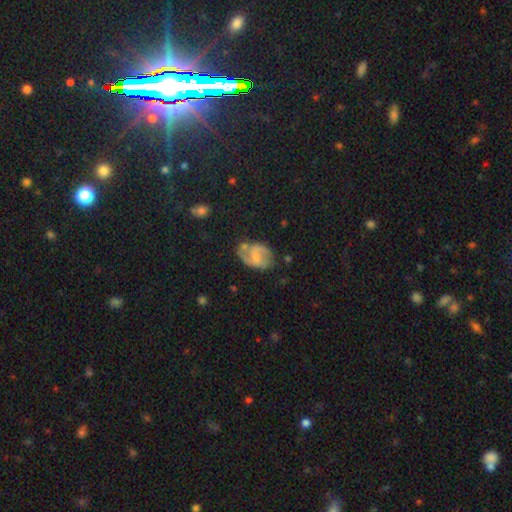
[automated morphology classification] Smooth or featured: featured or disk — 71% (smooth — 22%)
Edge-on disk: no — 97% (yes — 3%)
Bar: weak — 52% (no — 31%)
Spiral arms: yes — 89% (no — 11%)
Spiral winding: medium — 50% (loose — 32%)
Spiral arm count: 2 — 86% (can't tell — 7%)
Bulge size: small — 56% (moderate — 29%)
Merging: none — 60% (minor disturbance — 23%)